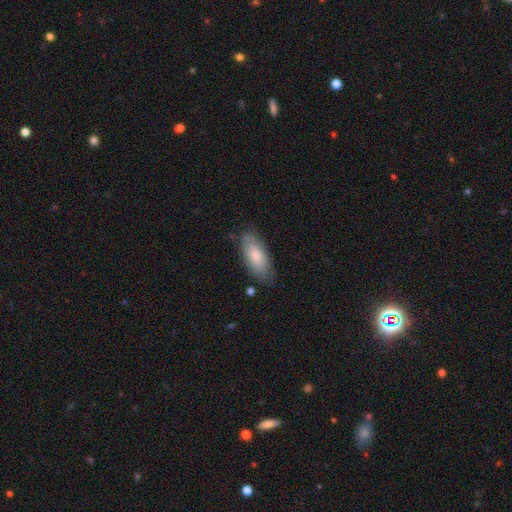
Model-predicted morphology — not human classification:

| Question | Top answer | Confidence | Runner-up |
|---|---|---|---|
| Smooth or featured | smooth | 72% | featured or disk (22%) |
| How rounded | in between | 87% | cigar-shaped (11%) |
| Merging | none | 76% | minor disturbance (18%) |